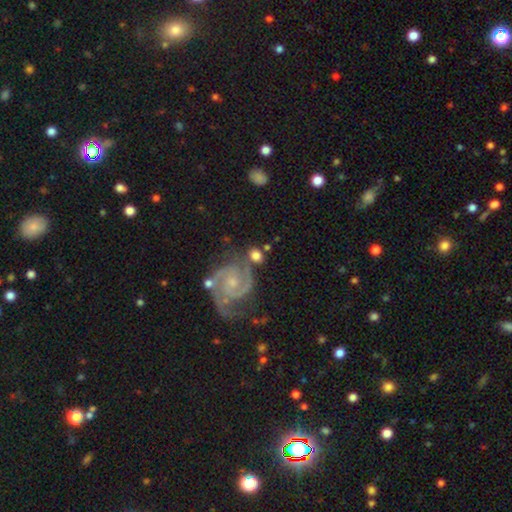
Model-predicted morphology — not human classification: smooth_or_featured: featured or disk (p=0.46) [alt: smooth p=0.45]
merging: none (p=0.64) [alt: merger p=0.15]